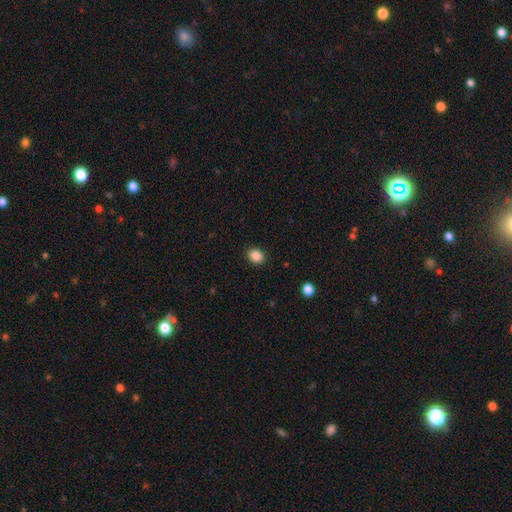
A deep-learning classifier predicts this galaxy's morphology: smooth_or_featured: smooth (p=0.87) [alt: star or artifact p=0.10]
how_rounded: in between (p=0.51) [alt: round p=0.48]
merging: none (p=0.89) [alt: minor disturbance p=0.08]